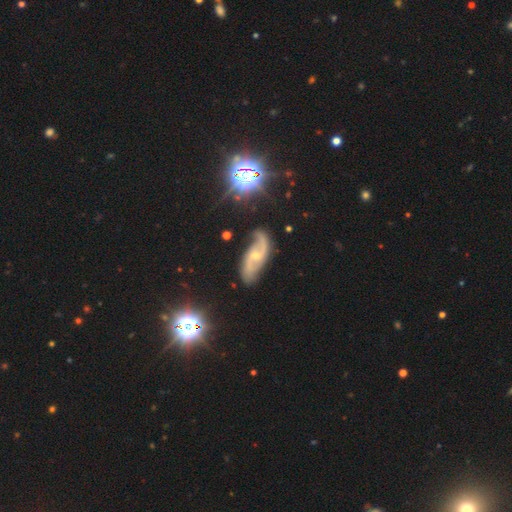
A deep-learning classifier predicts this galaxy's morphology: Smooth or featured? Predicted: featured or disk (p=0.84). Edge-on disk? Predicted: no (p=0.95). Bar? Predicted: no (p=0.47). Spiral arms? Predicted: yes (p=0.96). Spiral winding? Predicted: loose (p=0.58). Spiral arm count? Predicted: 2 (p=0.88). Bulge size? Predicted: small (p=0.59). Merging? Predicted: none (p=0.68).